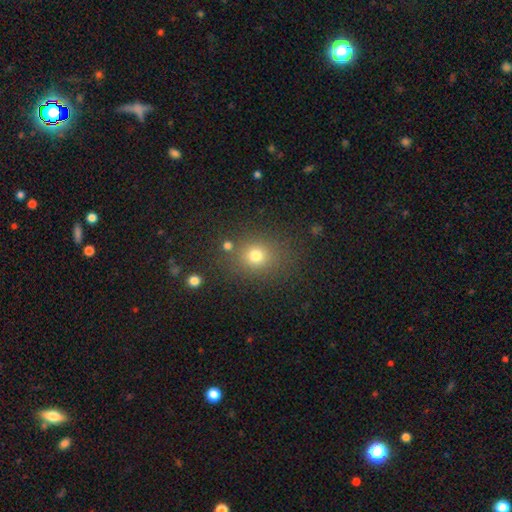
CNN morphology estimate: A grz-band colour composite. It shows a smooth galaxy with no disk features (74%) that is round (72%). Merging: none (79%).